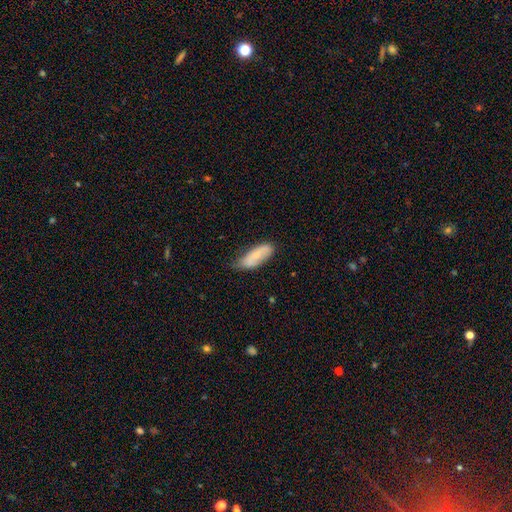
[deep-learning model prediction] Overall: smooth (62%; featured or disk 32%). How rounded: in between (75%). Merging: none (59%; minor disturbance 32%).